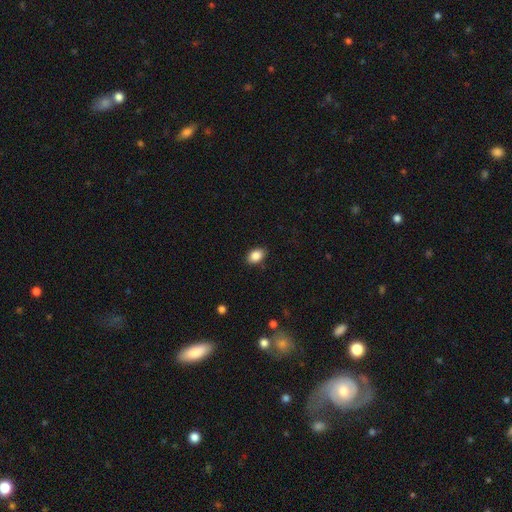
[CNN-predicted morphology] A smooth galaxy with no disk features (87%) that is in between round and cigar-shaped (84%).

Vote fractions:
- Smooth or featured? smooth: 87% / star or artifact: 8% / featured or disk: 5%
- How rounded? in between: 84% / round: 15% / cigar-shaped: 1%
- Merging? none: 87% / minor disturbance: 9% / major disturbance: 2% / merger: 1%